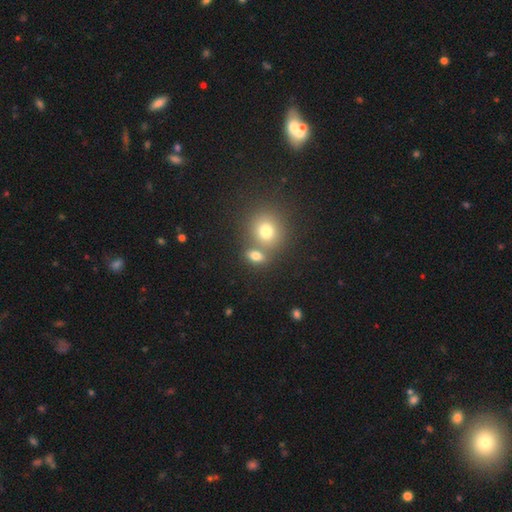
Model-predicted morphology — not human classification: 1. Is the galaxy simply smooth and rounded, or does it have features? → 76% smooth, 13% star or artifact, 11% featured or disk.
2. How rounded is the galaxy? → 56% in between, 40% round, 4% cigar-shaped.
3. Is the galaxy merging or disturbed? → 52% none, 35% merger, 9% minor disturbance, 4% major disturbance.